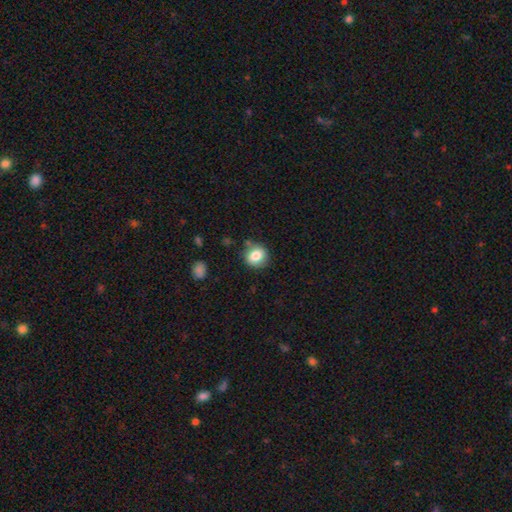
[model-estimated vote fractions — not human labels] Smooth or featured? smooth (81%)
How rounded? round (81%)
Merging? none (82%)